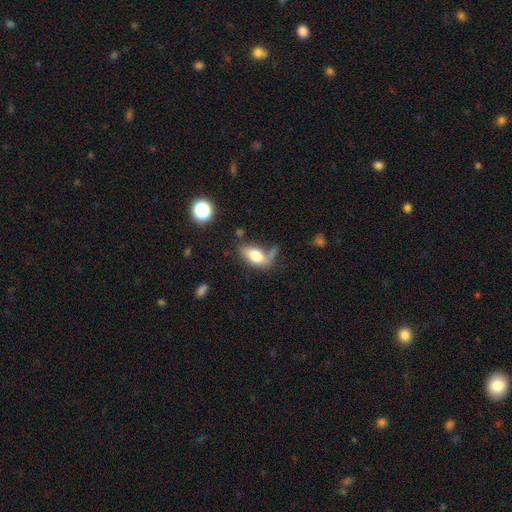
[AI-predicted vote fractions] Smooth or featured: smooth — 71% (featured or disk — 20%)
How rounded: in between — 87% (round — 7%)
Merging: none — 41% (minor disturbance — 22%)